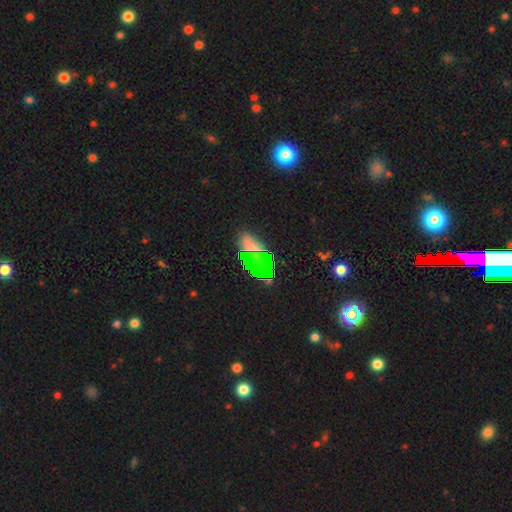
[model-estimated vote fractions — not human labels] Q: Smooth or featured?
A: smooth (54%); runner-up: star or artifact (29%)
Q: How rounded?
A: in between (84%); runner-up: round (11%)
Q: Merging?
A: none (80%); runner-up: minor disturbance (13%)